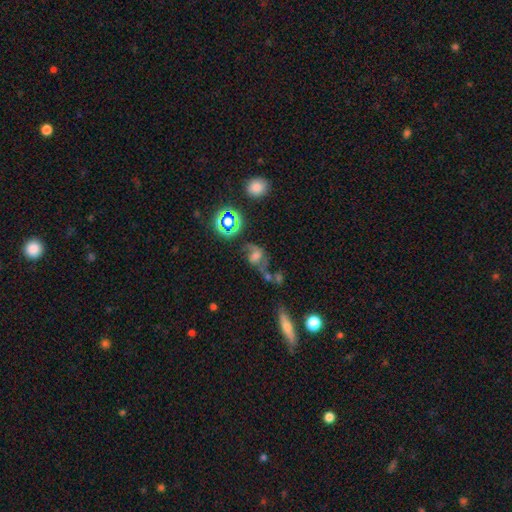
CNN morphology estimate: smooth_or_featured: featured or disk (p=0.40) [alt: smooth p=0.35]
merging: none (p=0.38) [alt: major disturbance p=0.24]